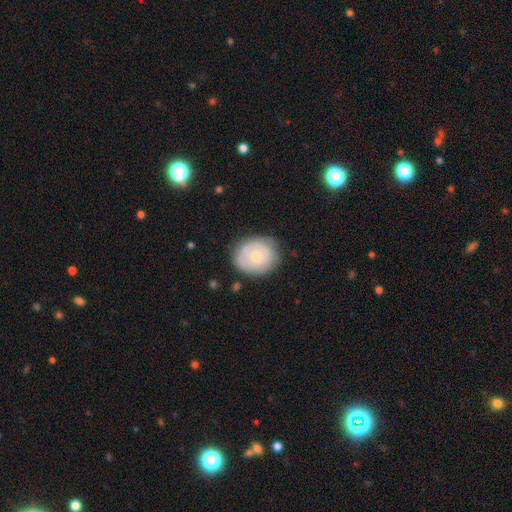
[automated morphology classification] Overall: smooth (58%; featured or disk 35%). How rounded: round (74%). Merging: none (74%).